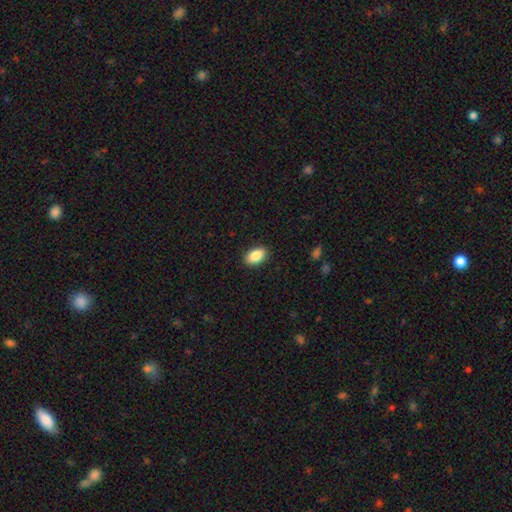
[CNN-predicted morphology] A smooth galaxy with no disk features (89%) that is in between round and cigar-shaped (92%). Merging: none (90%).